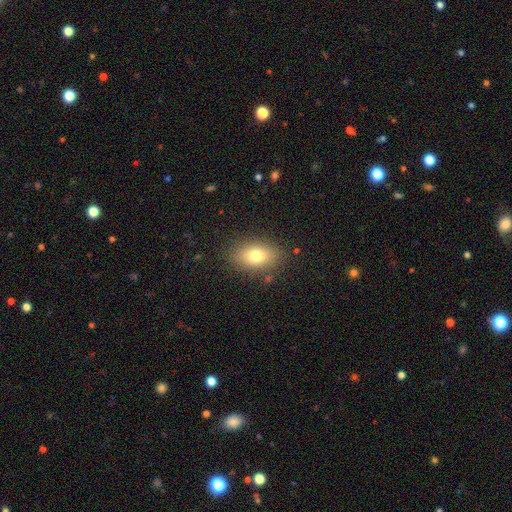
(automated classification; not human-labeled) Morphology: type=smooth (75%); roundness=in between (82%); merging=none (84%).